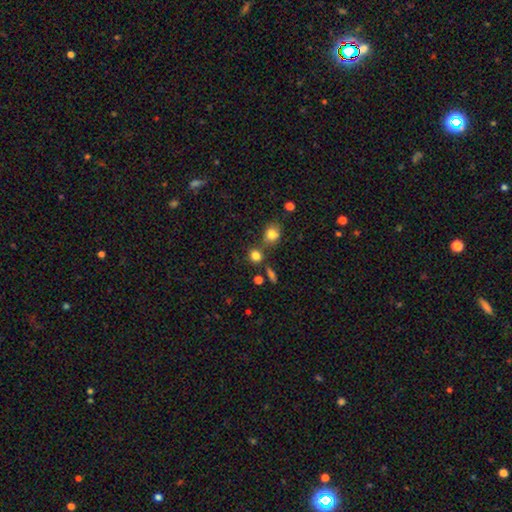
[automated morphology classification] This appears to be a smooth galaxy with no disk features (81%) that is round (78%). Merging: none (67%).